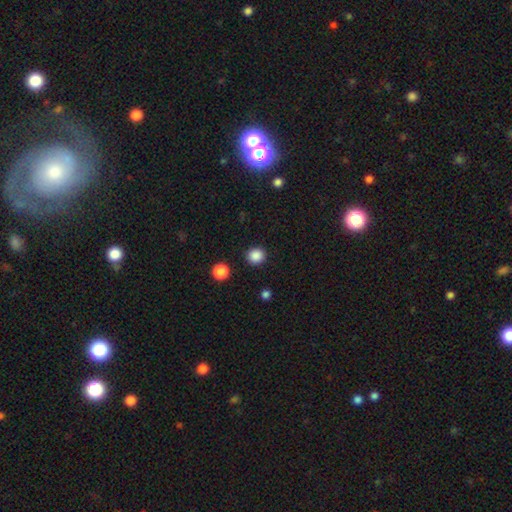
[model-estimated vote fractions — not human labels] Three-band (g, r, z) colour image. It shows a smooth galaxy with no disk features (87%) that is round (90%). Merging: none (90%).